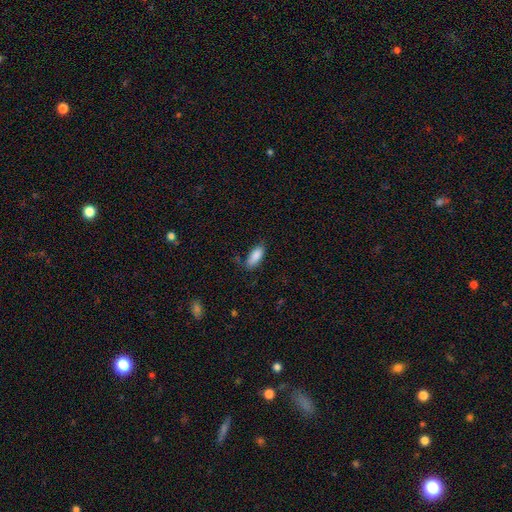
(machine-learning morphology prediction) Smooth or featured: smooth — 88% (star or artifact — 7%)
How rounded: in between — 78% (cigar-shaped — 20%)
Merging: none — 76% (minor disturbance — 18%)